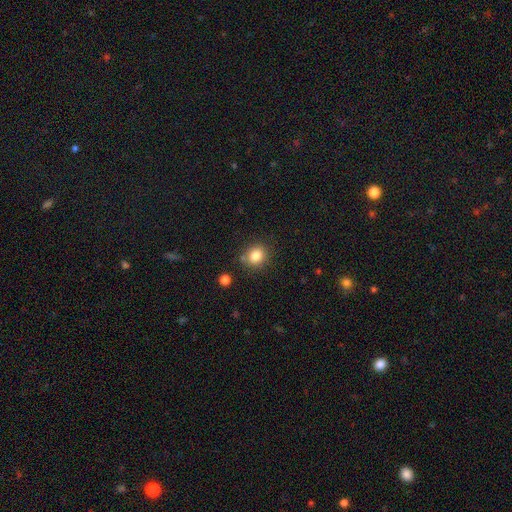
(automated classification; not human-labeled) Smooth or featured: smooth — 81% (star or artifact — 11%)
How rounded: round — 79% (in between — 20%)
Merging: none — 80% (minor disturbance — 11%)